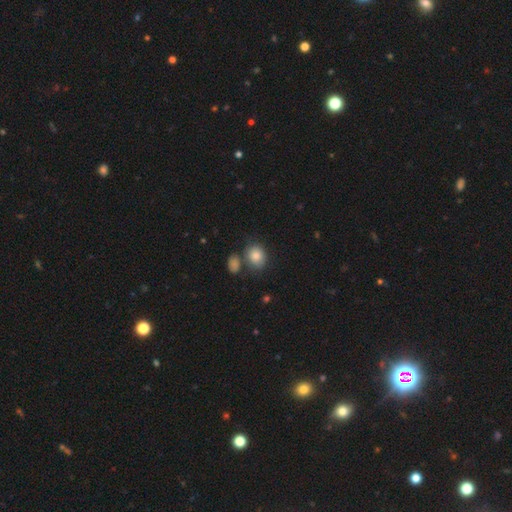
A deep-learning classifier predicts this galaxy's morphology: This is clearly a smooth galaxy (83%). How rounded: possibly round (52%). Merging: likely none (64%).